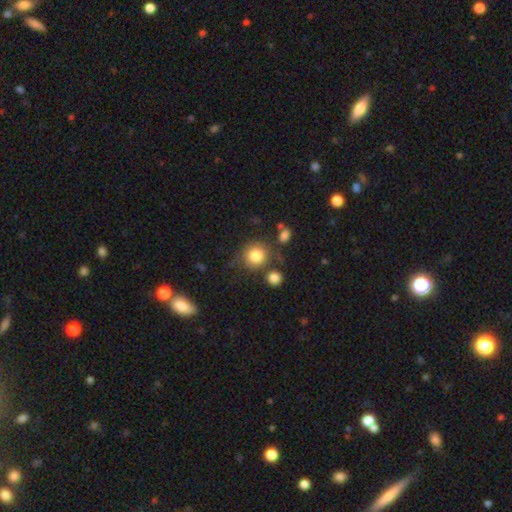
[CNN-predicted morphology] The model was most divided on "merging": none: 69%, minor disturbance: 13%, merger: 12%, major disturbance: 6%. More confident: how rounded — round (89%); smooth or featured — smooth (81%).